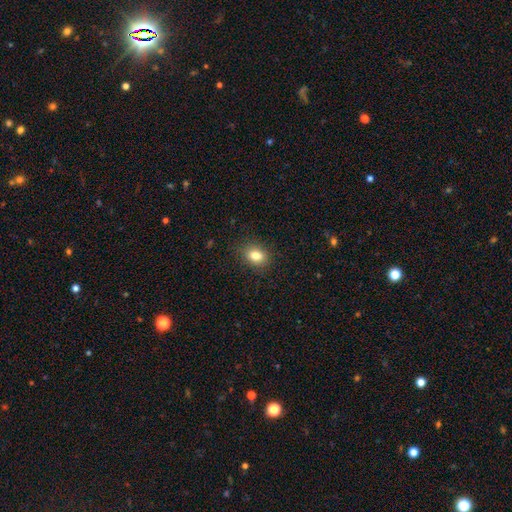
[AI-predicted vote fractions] Overall: smooth (83%). How rounded: in between (62%; round 36%). Merging: none (87%).